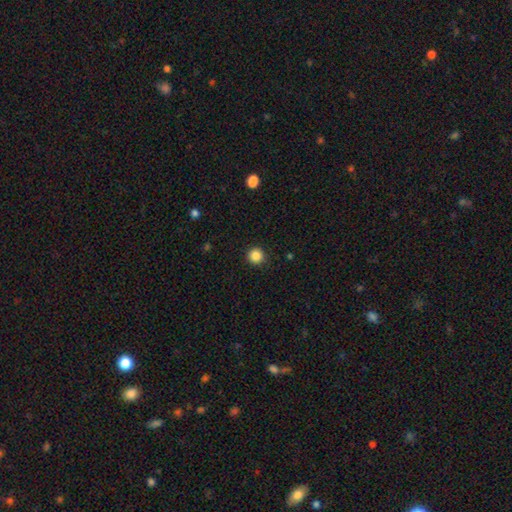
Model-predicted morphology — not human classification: Overall: smooth (86%). How rounded: round (96%). Merging: none (92%).